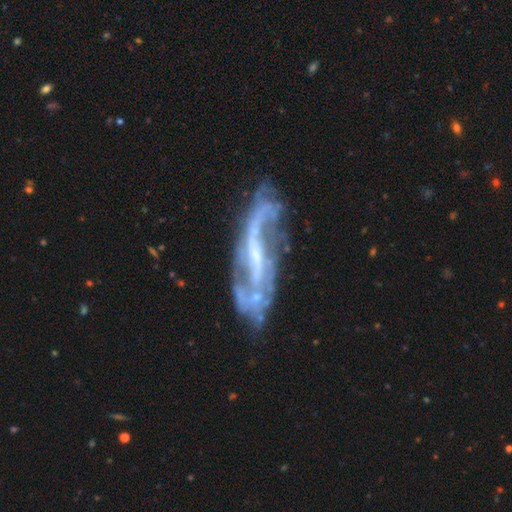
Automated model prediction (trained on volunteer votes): A featured or disk galaxy (85%) with a weak bar (42%), 2 (65%) loose (56%) spiral arms (90%) and a small central bulge (52%).

Vote fractions:
- Smooth or featured? featured or disk: 85% / smooth: 8% / star or artifact: 7%
- Edge-on disk? no: 86% / yes: 14%
- Bar? weak: 42% / strong: 38% / no: 20%
- Spiral arms? yes: 90% / no: 10%
- Spiral winding? loose: 56% / medium: 31% / tight: 13%
- Spiral arm count? 2: 65% / can't tell: 17% / 3: 6% / 1: 5% / 4: 3% / more than 4: 3%
- Bulge size? small: 52% / moderate: 23% / none: 22% / large: 2% / dominant: 1%
- Merging? none: 56% / minor disturbance: 20% / major disturbance: 17% / merger: 7%